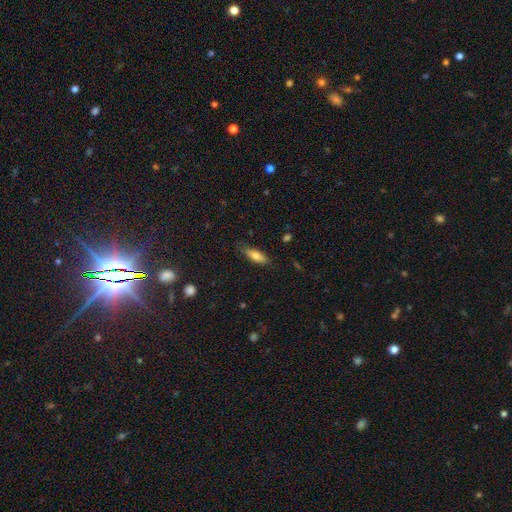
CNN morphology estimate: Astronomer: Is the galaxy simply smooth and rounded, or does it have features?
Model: smooth — 76%.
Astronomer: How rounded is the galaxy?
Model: in between — 56% (runner-up: cigar-shaped, 42%).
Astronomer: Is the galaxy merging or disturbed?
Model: none — 80%.